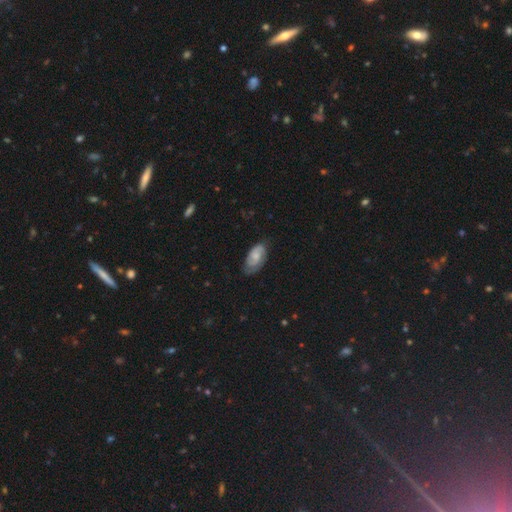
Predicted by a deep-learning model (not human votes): This is possibly a featured or disk galaxy (52%). It is clearly not viewed edge-on (95%). Merging: likely none (67%).